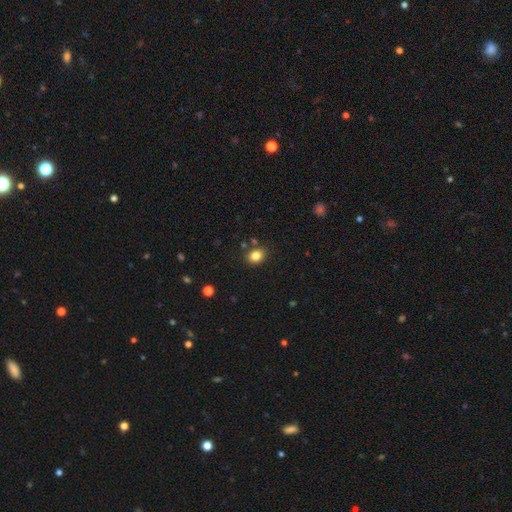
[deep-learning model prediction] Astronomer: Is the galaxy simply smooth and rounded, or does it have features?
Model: smooth — 83%.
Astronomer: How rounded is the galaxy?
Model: round — 57% (runner-up: in between, 42%).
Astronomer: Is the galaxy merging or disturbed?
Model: none — 84%.